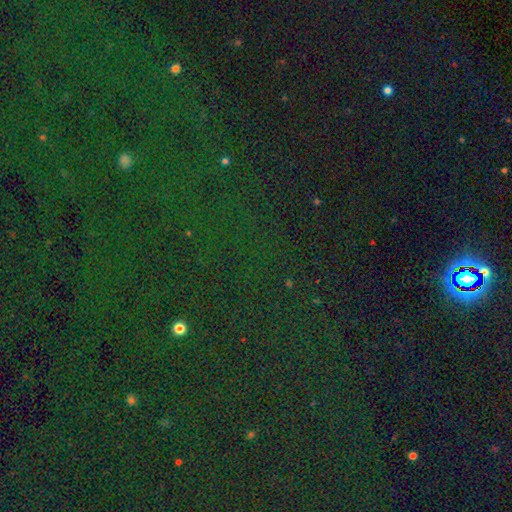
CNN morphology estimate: The model was most divided on "smooth or featured": star or artifact: 80%, smooth: 12%, featured or disk: 8%.